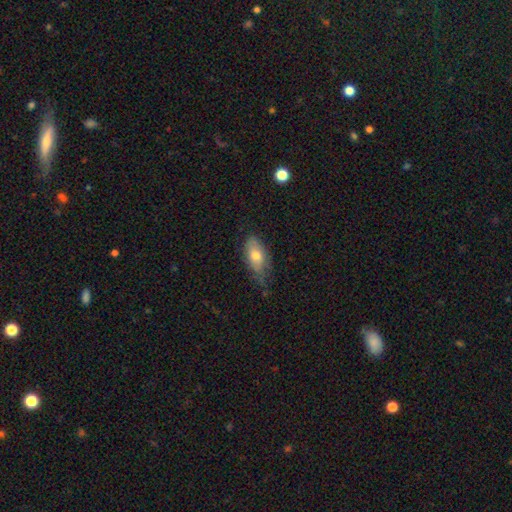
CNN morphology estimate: Q: Smooth or featured?
A: smooth (70%); runner-up: featured or disk (23%)
Q: How rounded?
A: in between (87%); runner-up: cigar-shaped (9%)
Q: Merging?
A: none (54%); runner-up: minor disturbance (35%)